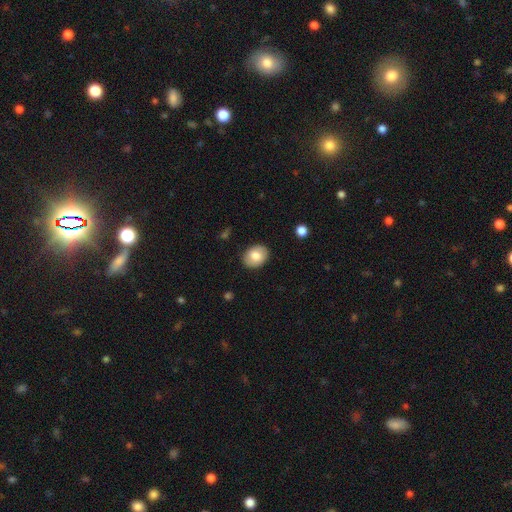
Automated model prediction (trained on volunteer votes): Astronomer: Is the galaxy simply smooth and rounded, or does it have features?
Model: smooth — 79%.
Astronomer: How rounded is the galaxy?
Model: in between — 64%.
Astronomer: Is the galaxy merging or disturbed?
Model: none — 87%.